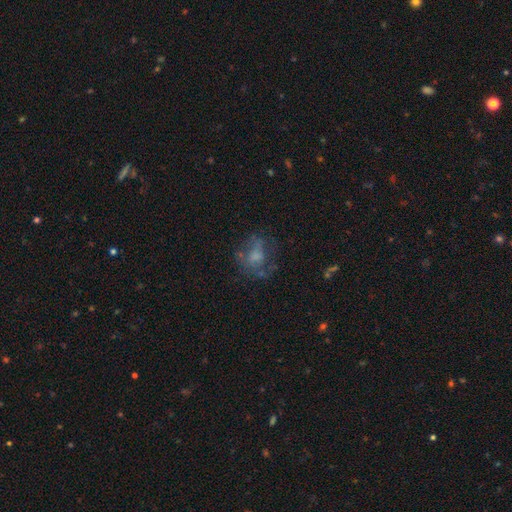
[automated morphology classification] Overall: smooth (44%; featured or disk 41%). Merging: none (51%; major disturbance 25%).